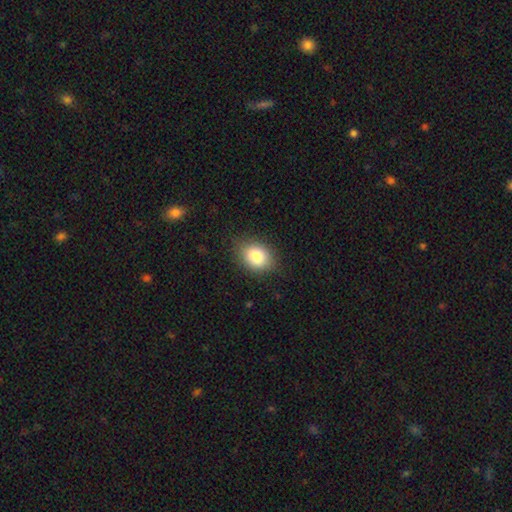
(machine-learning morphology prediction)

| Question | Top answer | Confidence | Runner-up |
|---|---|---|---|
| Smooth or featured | smooth | 83% | star or artifact (9%) |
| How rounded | in between | 70% | round (29%) |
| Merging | none | 82% | minor disturbance (14%) |